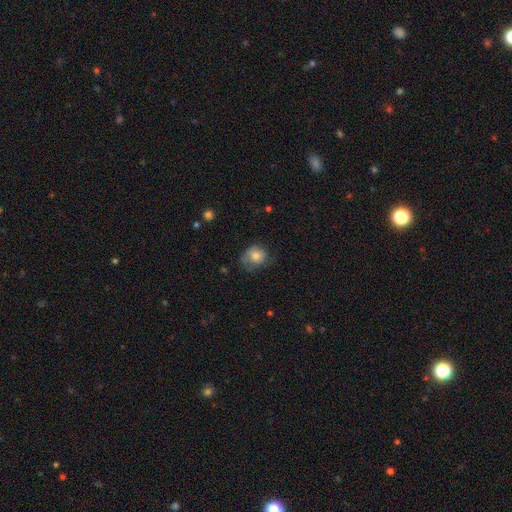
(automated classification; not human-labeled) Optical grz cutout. It shows a smooth galaxy with no disk features (75%) that is round (66%). Merging: none (52%).